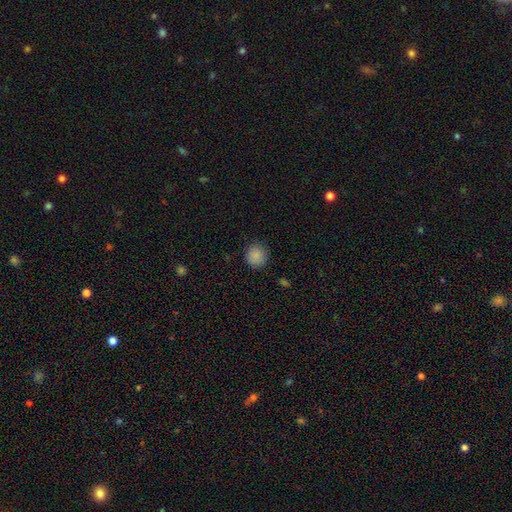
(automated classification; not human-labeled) The model was most divided on "smooth or featured": smooth: 87%, star or artifact: 9%, featured or disk: 4%. More confident: how rounded — round (91%); merging — none (87%).